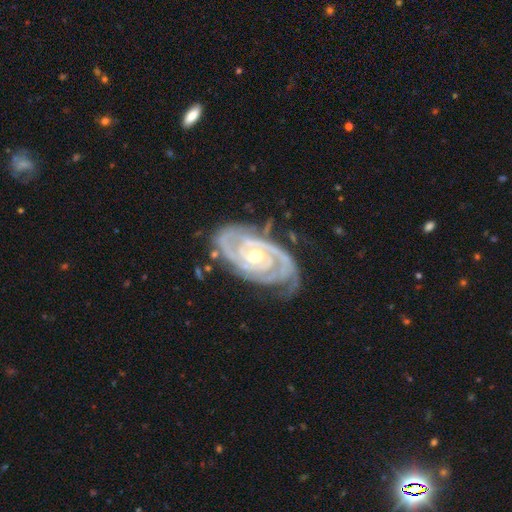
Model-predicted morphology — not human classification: A featured or disk galaxy (93%) with no bar (57%), 2 (52%) tight (77%) spiral arms (98%) and a moderate central bulge (60%). Merging: none (72%).